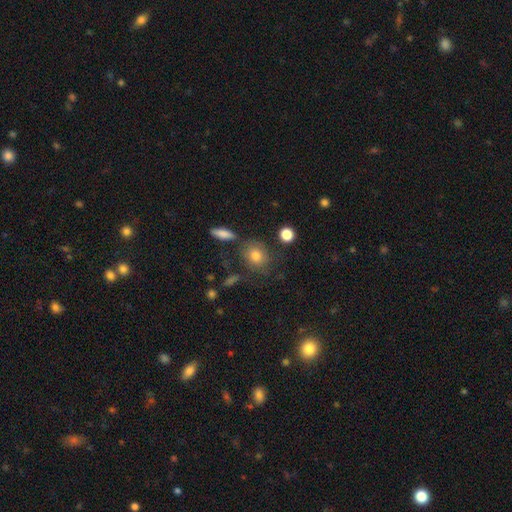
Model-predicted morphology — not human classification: Q: Smooth or featured?
A: smooth (75%); runner-up: featured or disk (13%)
Q: How rounded?
A: round (64%); runner-up: in between (35%)
Q: Merging?
A: none (71%); runner-up: minor disturbance (17%)